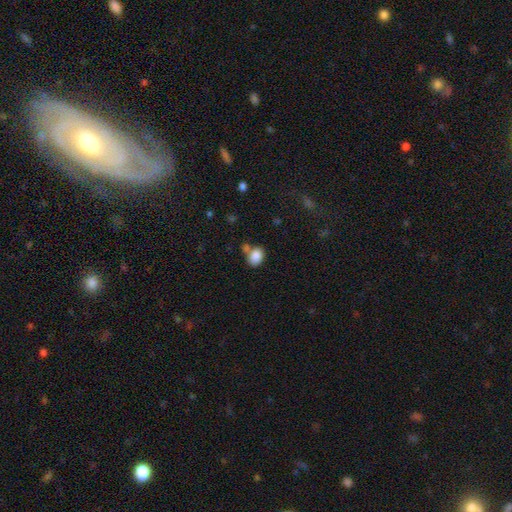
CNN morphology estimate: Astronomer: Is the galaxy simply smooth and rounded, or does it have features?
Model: smooth — 86%.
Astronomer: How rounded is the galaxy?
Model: in between — 73%.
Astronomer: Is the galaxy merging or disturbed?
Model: none — 54%.